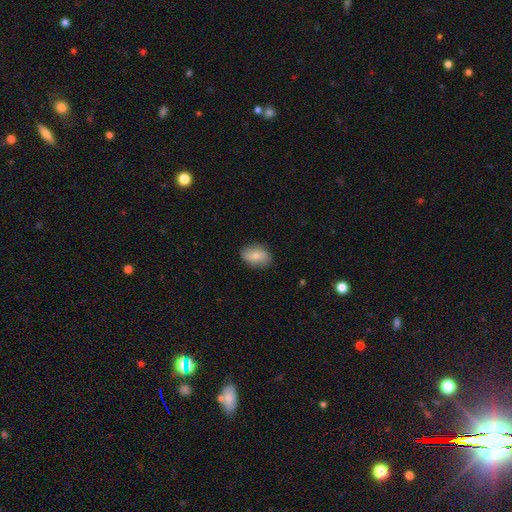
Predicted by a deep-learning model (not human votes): Smooth or featured: smooth — 66% (featured or disk — 26%)
How rounded: in between — 76% (round — 22%)
Merging: none — 83% (minor disturbance — 13%)